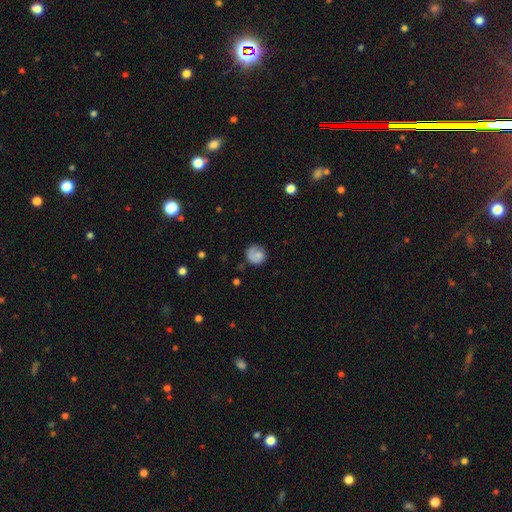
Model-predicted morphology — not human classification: The model was most divided on "merging": none: 66%, minor disturbance: 22%, major disturbance: 10%, merger: 2%. More confident: how rounded — round (84%); smooth or featured — smooth (70%).